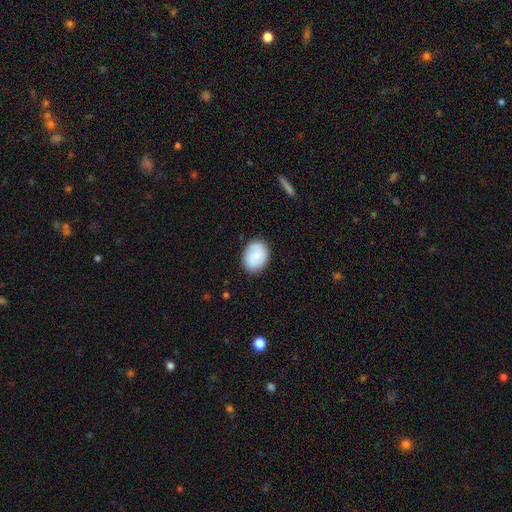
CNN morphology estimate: type=smooth (77%); roundness=in between (62%); merging=none (83%).